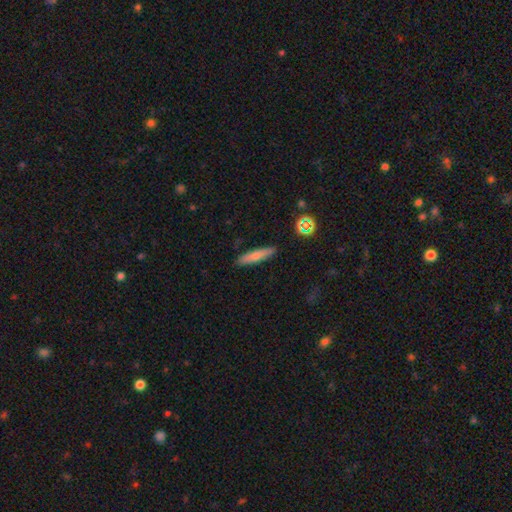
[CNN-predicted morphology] Smooth or featured: smooth — 68% (featured or disk — 23%)
How rounded: cigar-shaped — 81% (in between — 17%)
Merging: none — 88% (minor disturbance — 8%)